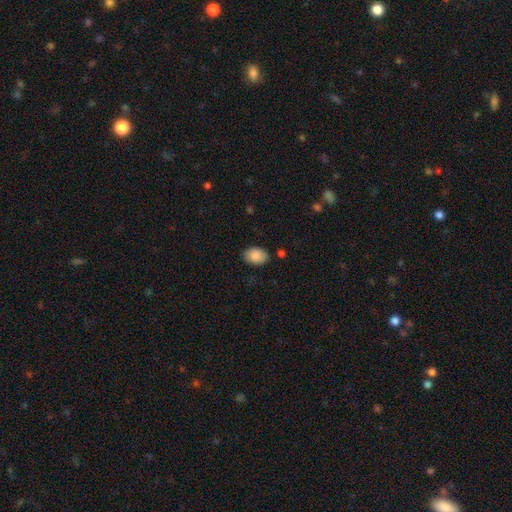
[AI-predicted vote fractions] A smooth galaxy with no disk features (87%) that is in between round and cigar-shaped (85%). Merging: none (83%).